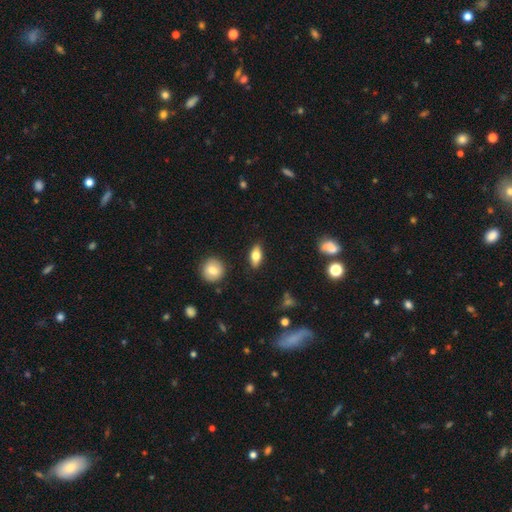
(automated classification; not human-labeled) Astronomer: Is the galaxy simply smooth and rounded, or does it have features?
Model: smooth — 71%.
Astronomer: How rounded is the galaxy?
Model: in between — 81%.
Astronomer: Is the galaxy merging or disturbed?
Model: none — 87%.